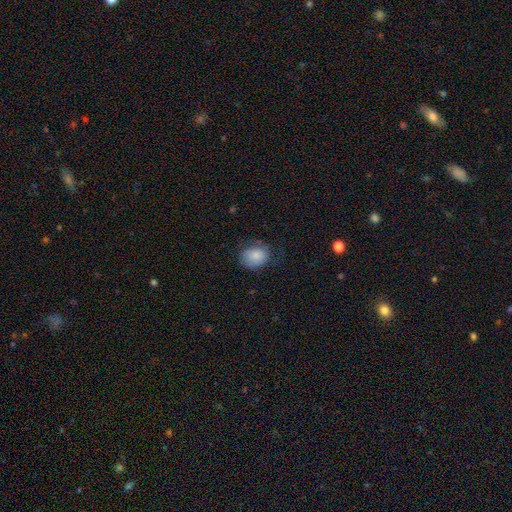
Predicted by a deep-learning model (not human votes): Overall: smooth (82%). How rounded: in between (51%; round 48%). Merging: none (61%; minor disturbance 26%).